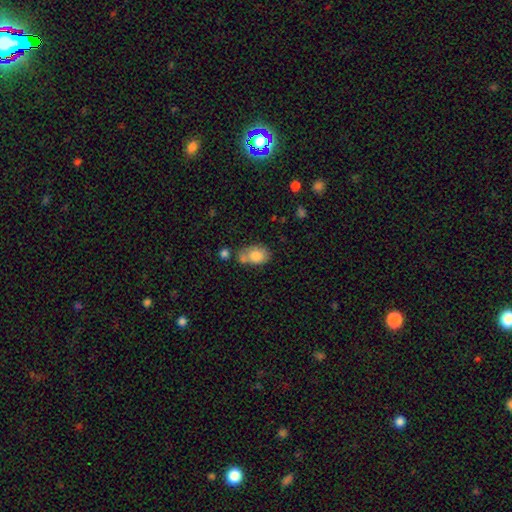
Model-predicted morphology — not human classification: This is likely a smooth galaxy (79%). How rounded: likely in between (79%). Merging: marginally none (44%).